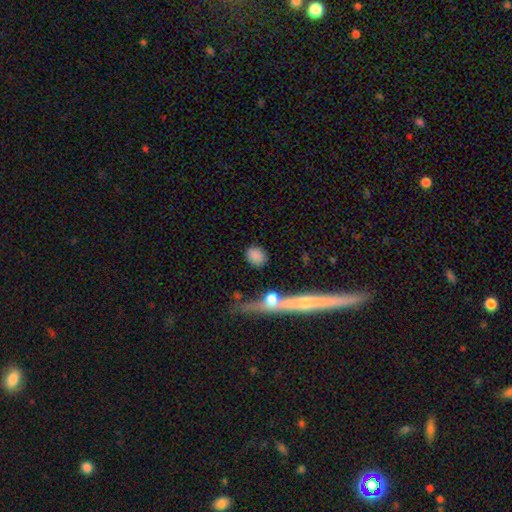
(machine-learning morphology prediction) Q: Smooth or featured?
A: smooth (82%); runner-up: featured or disk (9%)
Q: How rounded?
A: round (64%); runner-up: in between (32%)
Q: Merging?
A: none (78%); runner-up: minor disturbance (10%)